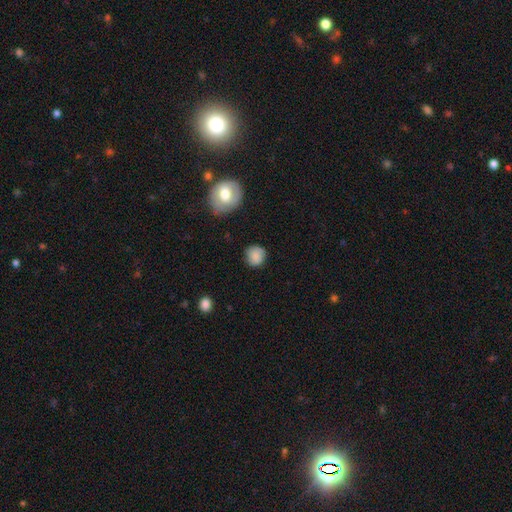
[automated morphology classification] The model was most divided on "merging": none: 79%, minor disturbance: 16%, major disturbance: 4%, merger: 2%. More confident: how rounded — round (87%); smooth or featured — smooth (83%).